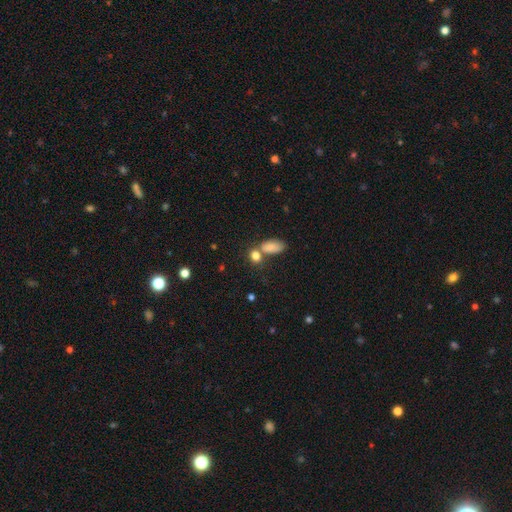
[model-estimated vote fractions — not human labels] This appears to be a smooth galaxy with no disk features (81%) that is in between round and cigar-shaped (56%). Merging: none (50%).